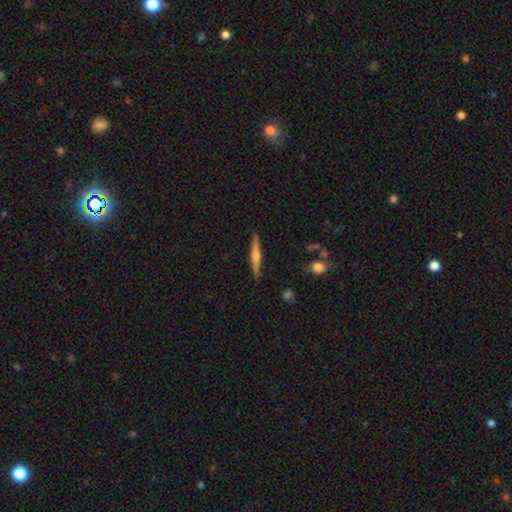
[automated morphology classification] Smooth or featured: featured or disk — 66% (smooth — 28%)
Edge-on disk: yes — 98% (no — 2%)
Edge-on bulge: rounded — 85% (none — 9%)
Merging: none — 91% (minor disturbance — 6%)